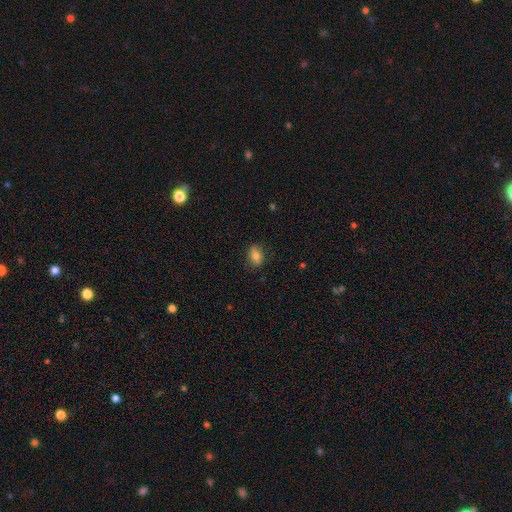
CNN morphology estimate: Smooth or featured? Predicted: smooth (p=0.78). How rounded? Predicted: in between (p=0.78). Merging? Predicted: none (p=0.82).